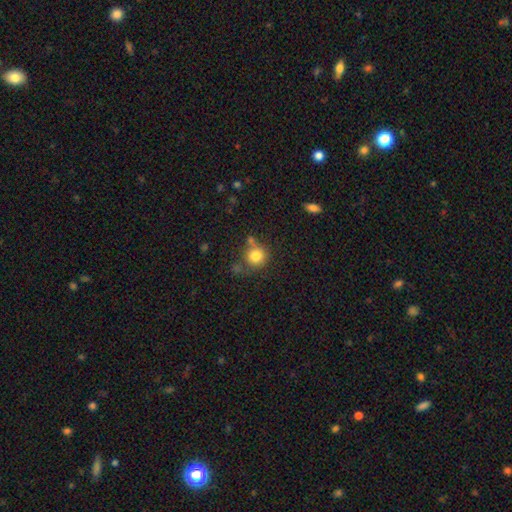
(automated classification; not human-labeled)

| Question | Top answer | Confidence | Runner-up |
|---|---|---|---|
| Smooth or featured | smooth | 81% | star or artifact (11%) |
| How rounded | round | 89% | in between (10%) |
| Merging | none | 63% | minor disturbance (16%) |